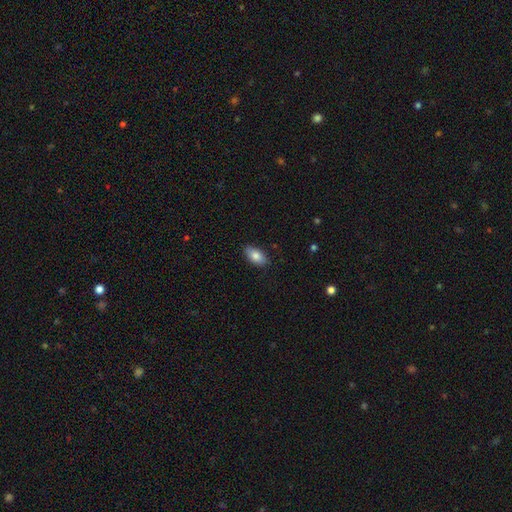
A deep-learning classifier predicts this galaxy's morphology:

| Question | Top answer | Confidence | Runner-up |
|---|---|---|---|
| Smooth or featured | smooth | 84% | featured or disk (10%) |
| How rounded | in between | 92% | cigar-shaped (4%) |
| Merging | none | 85% | minor disturbance (12%) |